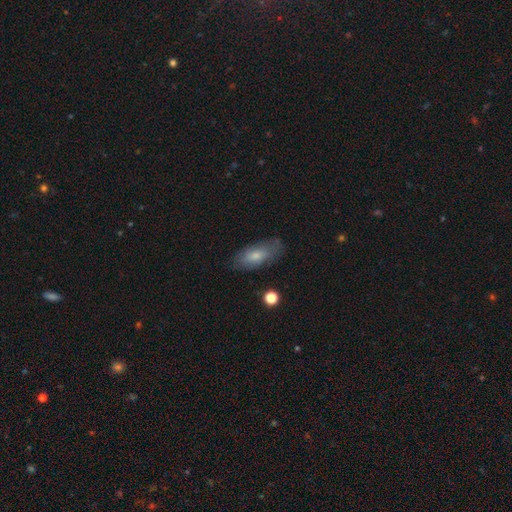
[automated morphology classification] smooth 71%, featured or disk 22%, star or artifact 7%. Down the decision tree: how rounded — in between (82%); merging — none (73%).